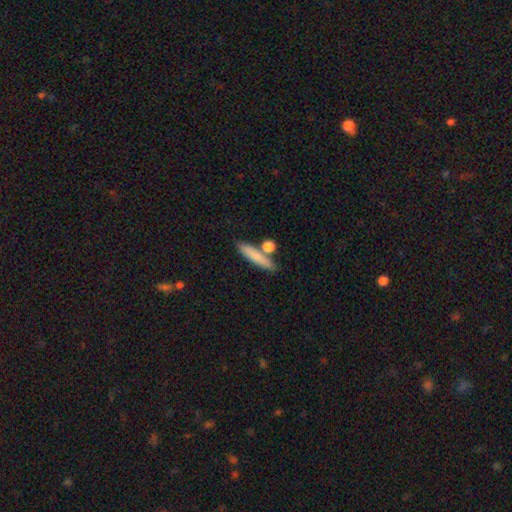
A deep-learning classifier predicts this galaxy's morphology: This appears to be a smooth galaxy with no disk features (78%) that is cigar-shaped (77%). Merging: none (72%).